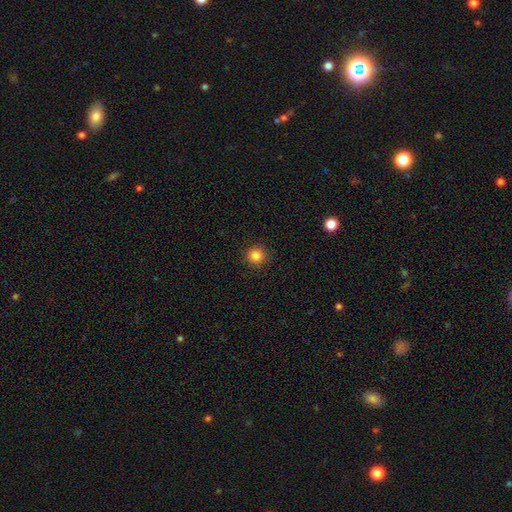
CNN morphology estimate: Overall: smooth (84%). How rounded: round (94%). Merging: none (91%).